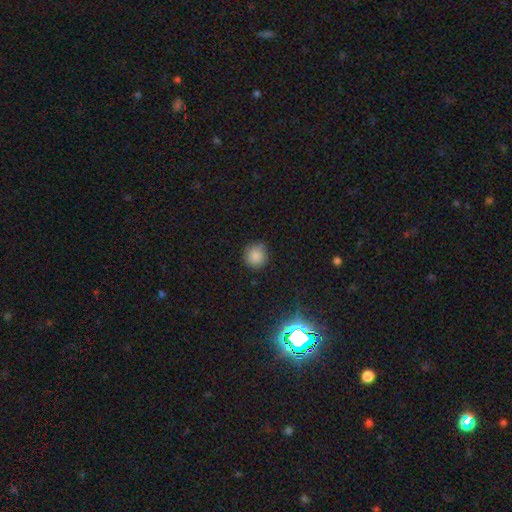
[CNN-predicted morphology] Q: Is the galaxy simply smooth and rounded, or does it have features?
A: smooth — 85%.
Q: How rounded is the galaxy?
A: round — 92%.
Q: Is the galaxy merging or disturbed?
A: none — 80%.